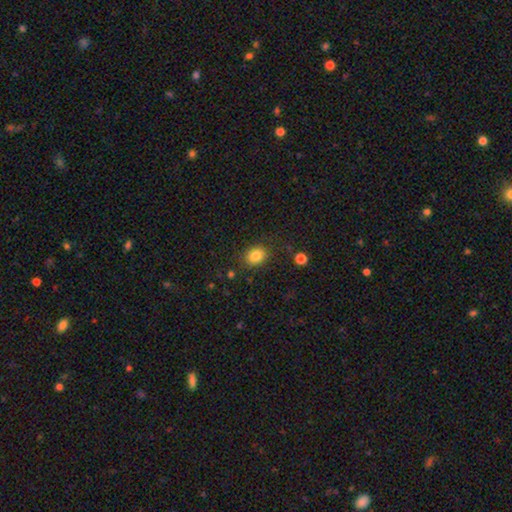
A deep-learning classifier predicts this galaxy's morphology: A smooth galaxy with no disk features (83%) that is round (52%). Merging: none (83%).